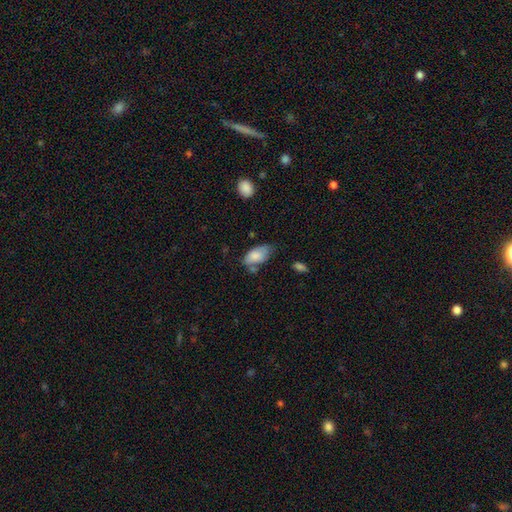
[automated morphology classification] smooth-or-featured: smooth: 81% | featured or disk: 13% | star or artifact: 7%
  how-rounded: in between: 94% | round: 3% | cigar-shaped: 3%
  merging: none: 46% | minor disturbance: 34% | merger: 10% | major disturbance: 9%